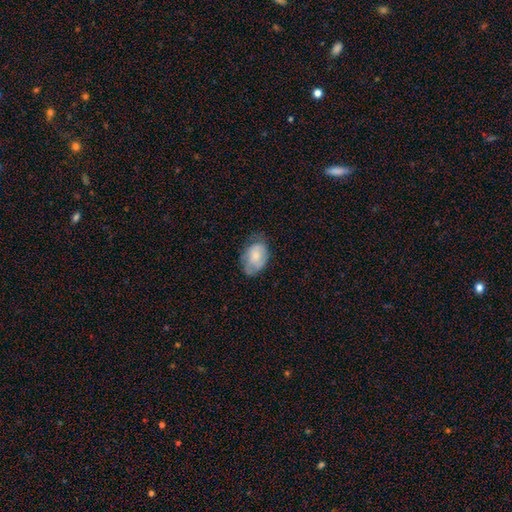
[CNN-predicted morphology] This appears to be a smooth galaxy with no disk features (72%) that is in between round and cigar-shaped (86%). Merging: none (58%).